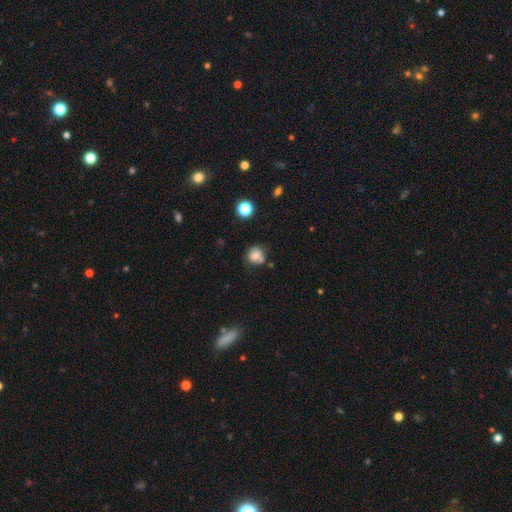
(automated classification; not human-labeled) This is likely a smooth galaxy (72%). How rounded: clearly round (82%). Merging: possibly none (59%).